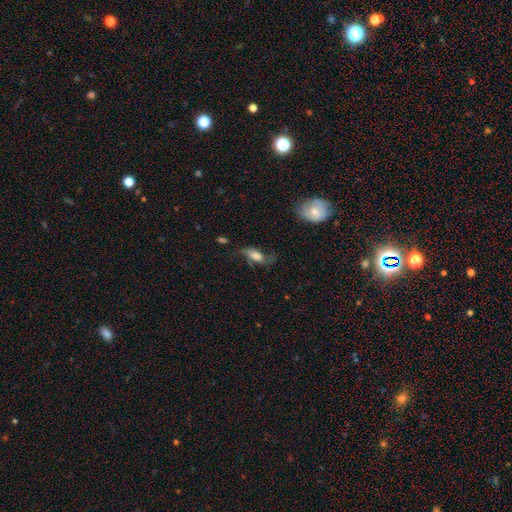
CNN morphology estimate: This is possibly a smooth galaxy (49%). Merging: possibly none (46%).